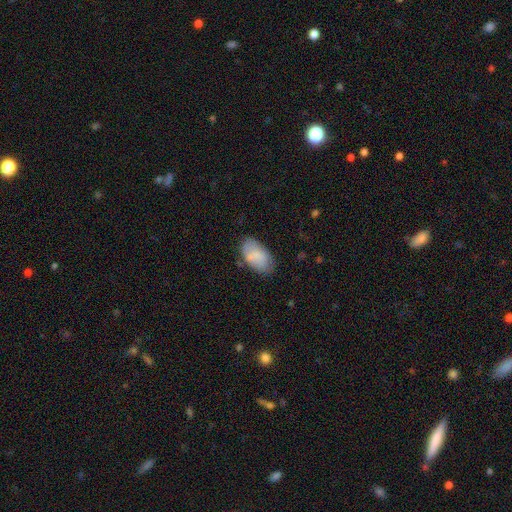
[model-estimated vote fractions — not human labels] Morphology: type=smooth (76%); roundness=in between (94%); merging=none (70%).